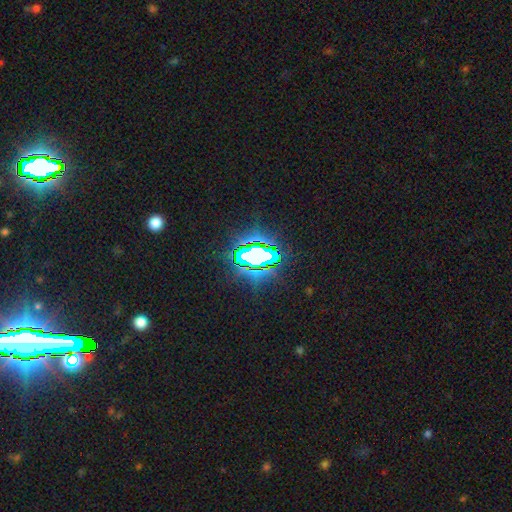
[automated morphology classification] The model was most divided on "smooth or featured": star or artifact: 70%, smooth: 19%, featured or disk: 12%.